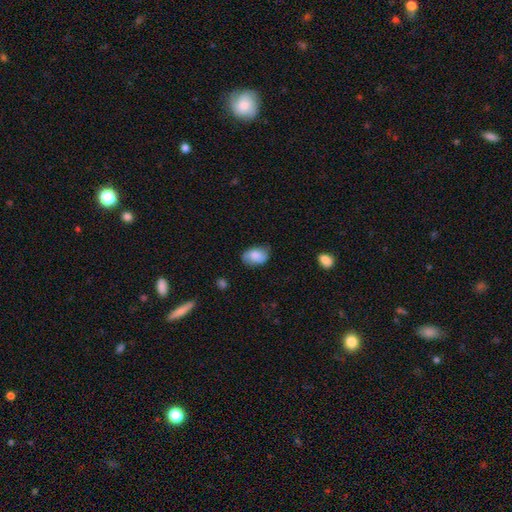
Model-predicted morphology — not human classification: Smooth or featured? Predicted: smooth (p=0.80). How rounded? Predicted: in between (p=0.86). Merging? Predicted: none (p=0.71).